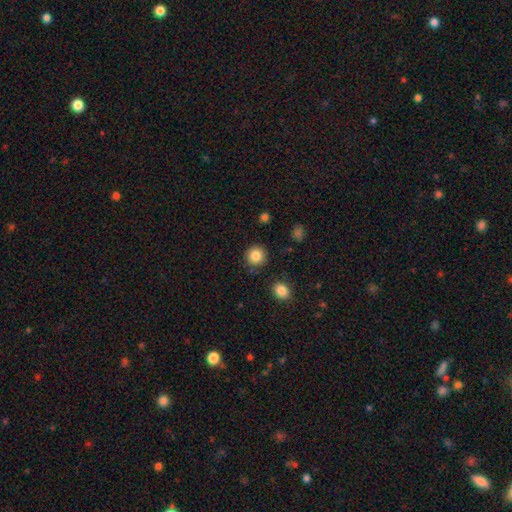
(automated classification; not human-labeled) Q: Smooth or featured?
A: smooth (85%); runner-up: star or artifact (9%)
Q: How rounded?
A: round (92%); runner-up: in between (7%)
Q: Merging?
A: none (89%); runner-up: minor disturbance (7%)